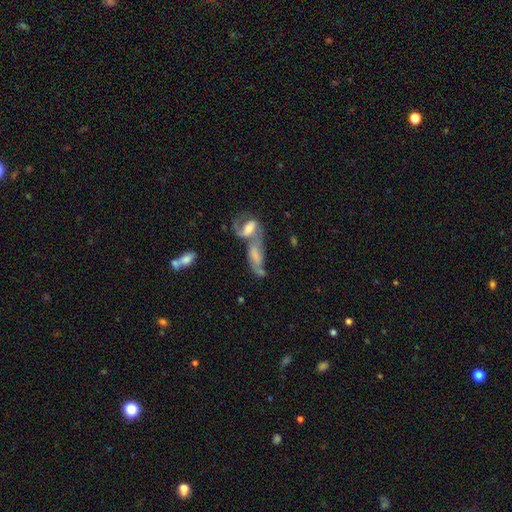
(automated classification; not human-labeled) The model was most divided on "smooth or featured": featured or disk: 53%, smooth: 37%, star or artifact: 10%. More confident: edge-on disk — no (86%); merging — merger (67%).